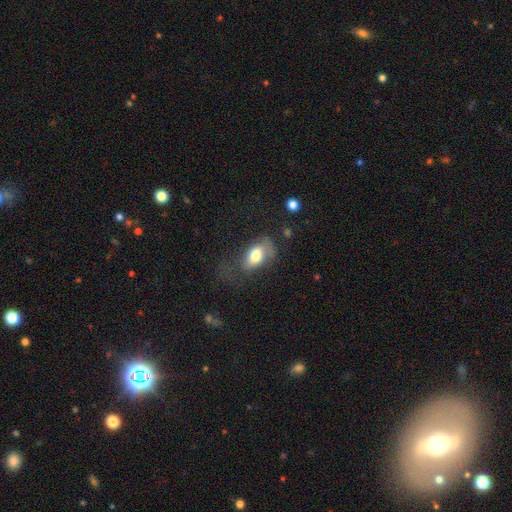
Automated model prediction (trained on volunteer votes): smooth_or_featured: smooth (p=0.74) [alt: featured or disk p=0.19]
how_rounded: in between (p=0.89) [alt: round p=0.08]
merging: none (p=0.44) [alt: minor disturbance p=0.28]